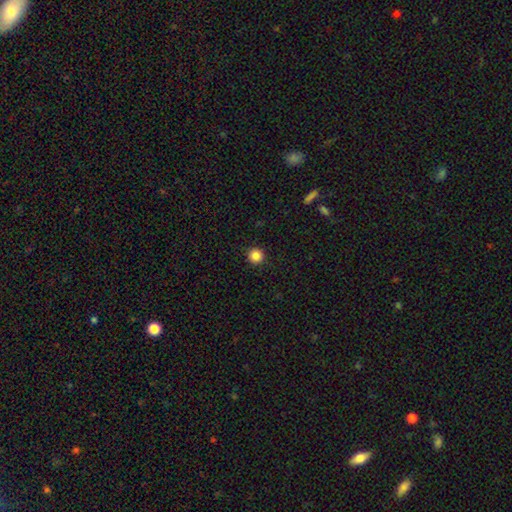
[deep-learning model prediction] Smooth or featured? smooth (86%)
How rounded? round (96%)
Merging? none (93%)